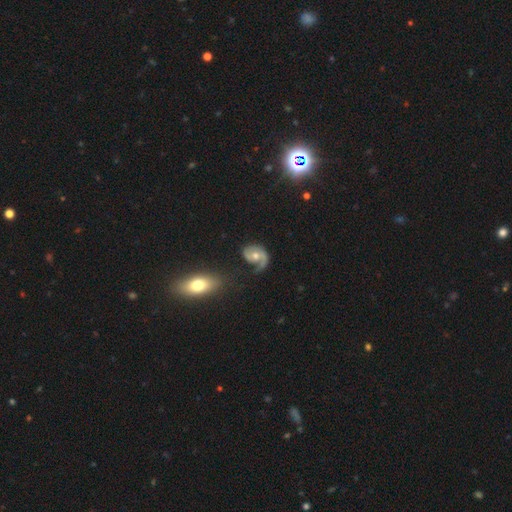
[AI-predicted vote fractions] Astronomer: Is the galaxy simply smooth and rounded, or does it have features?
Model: featured or disk — 77%.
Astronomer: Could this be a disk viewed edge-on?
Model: no — 97%.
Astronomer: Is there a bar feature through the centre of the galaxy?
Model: no — 71%.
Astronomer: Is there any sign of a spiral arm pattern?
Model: yes — 91%.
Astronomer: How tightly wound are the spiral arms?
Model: medium — 41% (runner-up: tight, 30%).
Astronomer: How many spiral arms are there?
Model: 1 — 51% (runner-up: 2, 41%).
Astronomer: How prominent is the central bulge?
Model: moderate — 69%.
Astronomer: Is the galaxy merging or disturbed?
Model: none — 47% (runner-up: major disturbance, 25%).